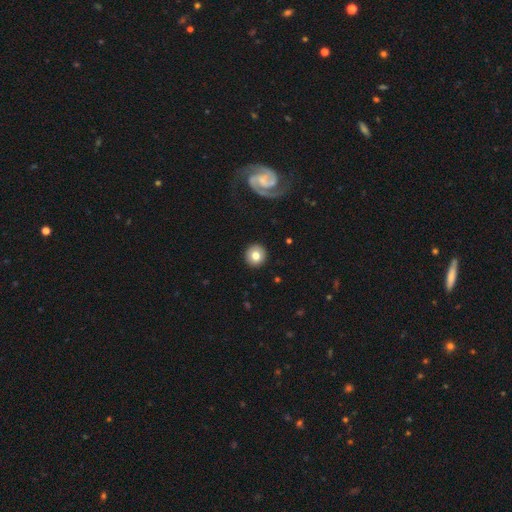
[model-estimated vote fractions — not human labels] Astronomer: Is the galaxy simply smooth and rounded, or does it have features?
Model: smooth — 76%.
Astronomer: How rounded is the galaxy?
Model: round — 93%.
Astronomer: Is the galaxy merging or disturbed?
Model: none — 91%.